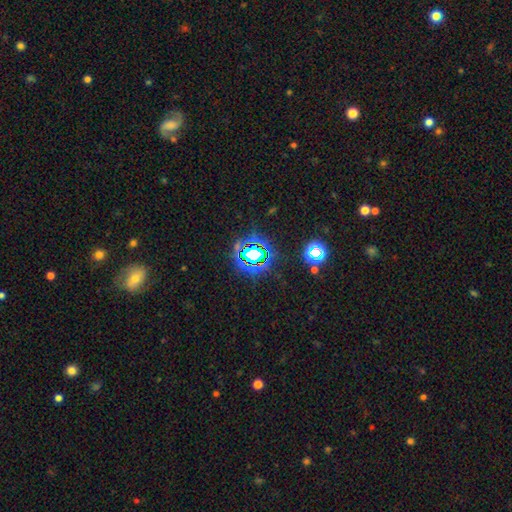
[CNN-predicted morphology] This appears to be a star or artifact, not a galaxy (74%).